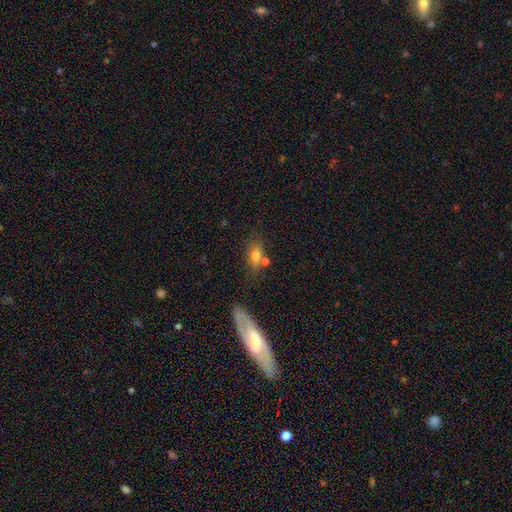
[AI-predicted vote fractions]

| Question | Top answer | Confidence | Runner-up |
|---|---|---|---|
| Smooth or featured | smooth | 72% | featured or disk (17%) |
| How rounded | in between | 76% | round (14%) |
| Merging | none | 55% | merger (20%) |